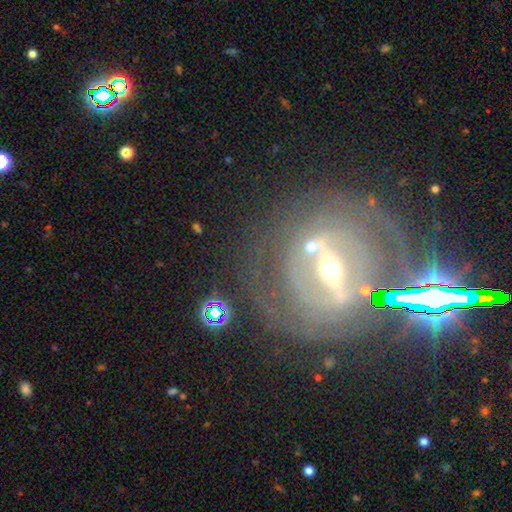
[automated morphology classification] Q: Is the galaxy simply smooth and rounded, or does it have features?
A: featured or disk — 79%.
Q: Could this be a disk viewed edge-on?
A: no — 86%.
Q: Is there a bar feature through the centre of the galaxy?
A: strong — 69%.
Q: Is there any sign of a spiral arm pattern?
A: yes — 67%.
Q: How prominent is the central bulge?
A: small — 56%.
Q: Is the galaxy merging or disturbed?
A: none — 67%.